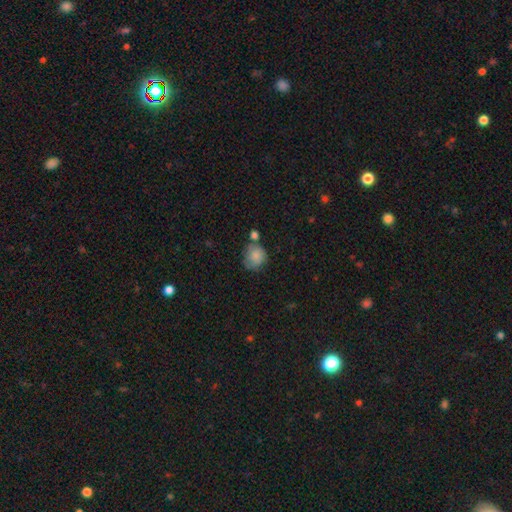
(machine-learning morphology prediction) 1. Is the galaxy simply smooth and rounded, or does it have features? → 84% smooth, 9% featured or disk, 8% star or artifact.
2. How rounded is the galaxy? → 81% round, 18% in between, 1% cigar-shaped.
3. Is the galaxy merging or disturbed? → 56% none, 21% minor disturbance, 16% merger, 7% major disturbance.